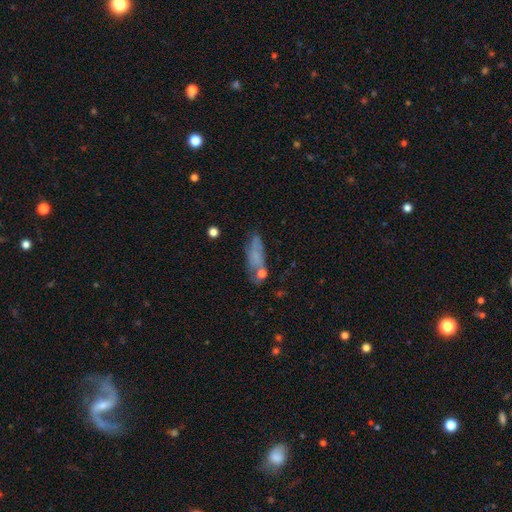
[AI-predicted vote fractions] Smooth or featured?
  - smooth: 57% *
  - featured or disk: 31%
  - star or artifact: 12%
How rounded?
  - in between: 54% *
  - cigar-shaped: 43%
  - round: 4%
Merging?
  - none: 55% *
  - minor disturbance: 23%
  - major disturbance: 12%
  - merger: 10%